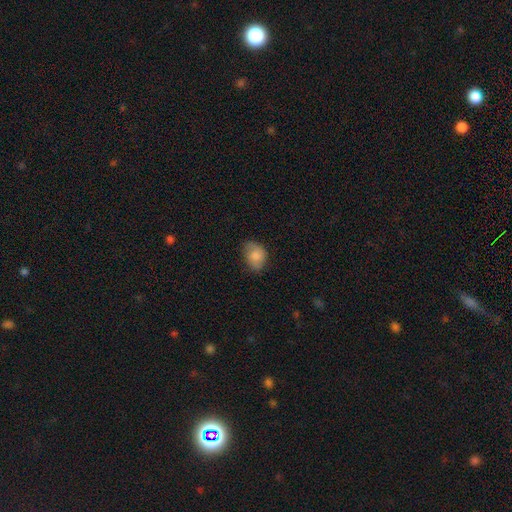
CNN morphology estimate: Smooth or featured: smooth — 80% (featured or disk — 12%)
How rounded: in between — 63% (round — 36%)
Merging: none — 62% (minor disturbance — 29%)